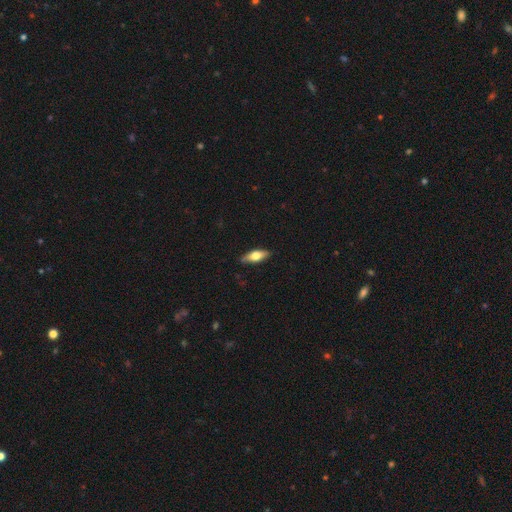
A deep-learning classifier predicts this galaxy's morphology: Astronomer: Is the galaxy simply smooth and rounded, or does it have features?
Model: smooth — 61%.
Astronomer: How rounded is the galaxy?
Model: in between — 70%.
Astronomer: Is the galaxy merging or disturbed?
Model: none — 85%.